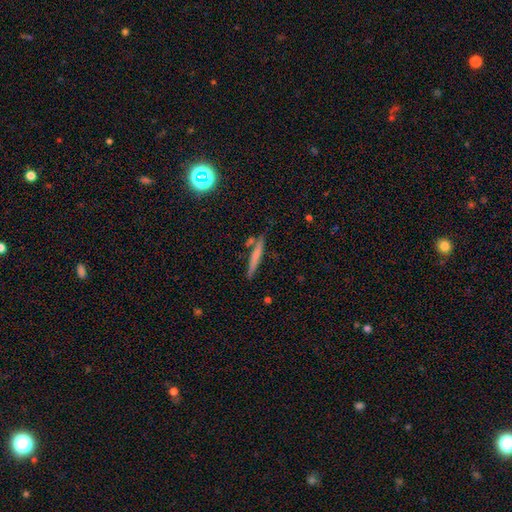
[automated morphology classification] smooth-or-featured: smooth: 60% | featured or disk: 32% | star or artifact: 8%
  how-rounded: cigar-shaped: 94% | in between: 4% | round: 2%
  merging: none: 79% | minor disturbance: 11% | merger: 7% | major disturbance: 3%